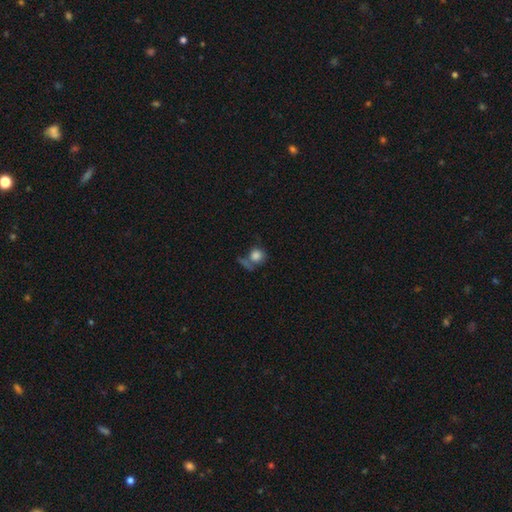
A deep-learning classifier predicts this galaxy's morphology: Q: Smooth or featured?
A: smooth (80%); runner-up: star or artifact (11%)
Q: How rounded?
A: round (83%); runner-up: in between (15%)
Q: Merging?
A: none (51%); runner-up: merger (23%)